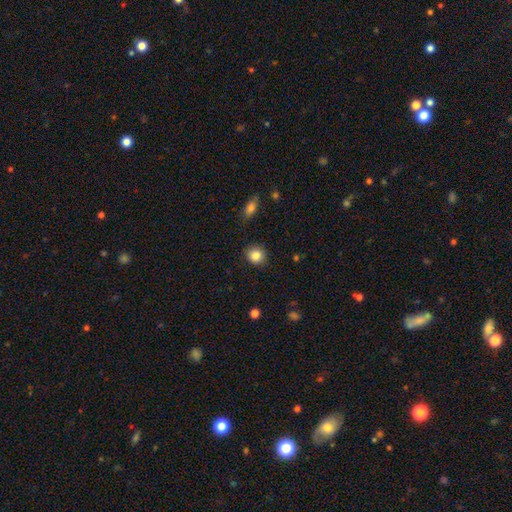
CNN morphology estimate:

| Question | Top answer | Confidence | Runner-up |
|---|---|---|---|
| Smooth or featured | smooth | 85% | star or artifact (10%) |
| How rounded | round | 85% | in between (14%) |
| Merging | none | 89% | minor disturbance (8%) |